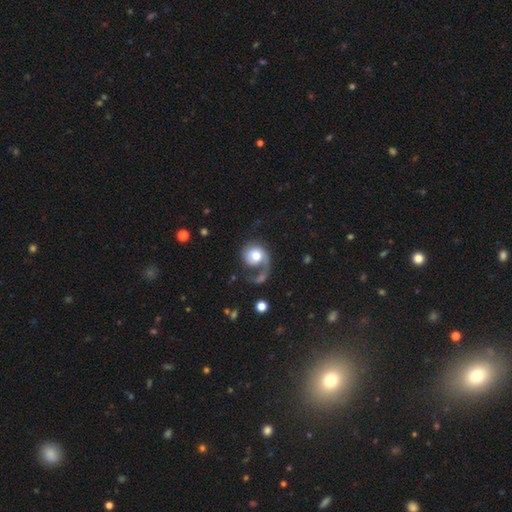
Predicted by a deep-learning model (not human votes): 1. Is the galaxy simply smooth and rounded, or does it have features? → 54% featured or disk, 39% smooth, 7% star or artifact.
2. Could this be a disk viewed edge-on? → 98% no, 2% yes.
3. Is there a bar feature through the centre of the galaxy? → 77% no, 19% weak, 4% strong.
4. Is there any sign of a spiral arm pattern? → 84% yes, 16% no.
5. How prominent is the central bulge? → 49% moderate, 35% large, 8% small, 6% dominant, 2% none.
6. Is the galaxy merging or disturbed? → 40% major disturbance, 35% none, 17% minor disturbance, 8% merger.